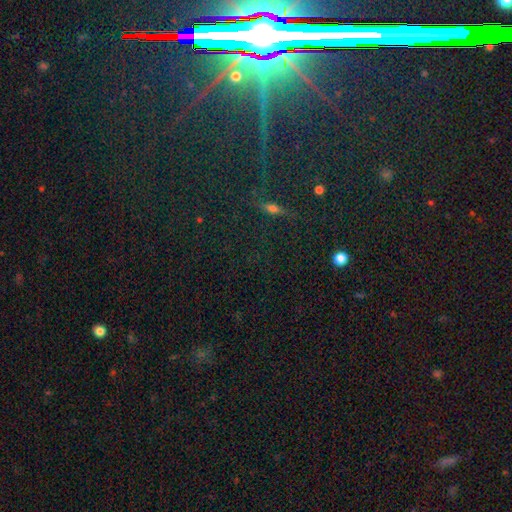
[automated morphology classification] Smooth or featured? Predicted: star or artifact (p=0.80).